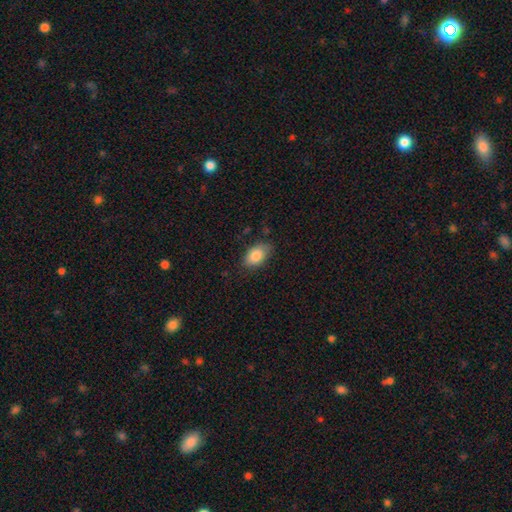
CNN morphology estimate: The model was most divided on "merging": none: 79%, minor disturbance: 17%, major disturbance: 3%, merger: 1%. More confident: how rounded — in between (91%); smooth or featured — smooth (84%).